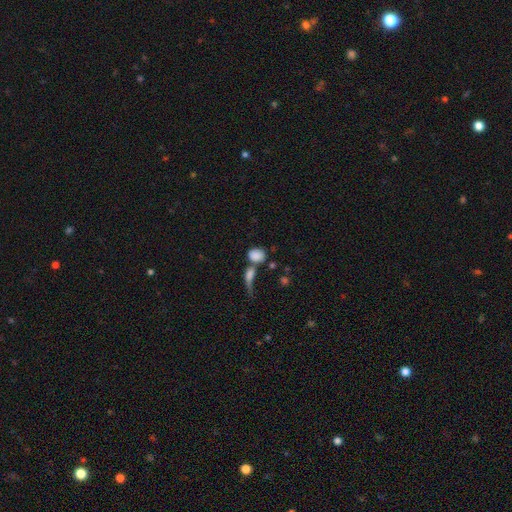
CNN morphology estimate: smooth-or-featured: smooth: 81% | featured or disk: 10% | star or artifact: 9%
  how-rounded: in between: 58% | round: 38% | cigar-shaped: 4%
  merging: merger: 46% | none: 32% | minor disturbance: 11% | major disturbance: 10%